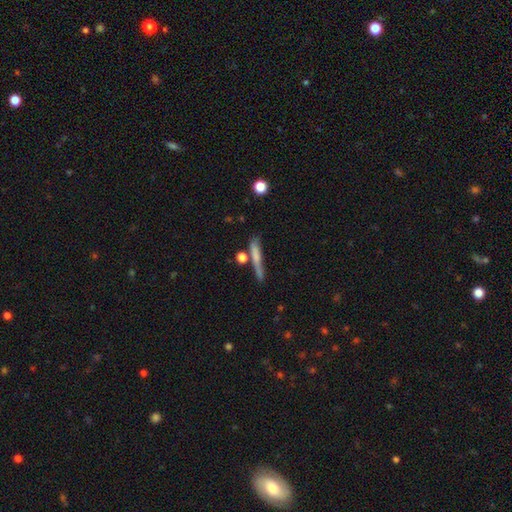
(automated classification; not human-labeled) This appears to be a smooth galaxy with no disk features (63%) that is cigar-shaped (88%). Merging: none (61%).